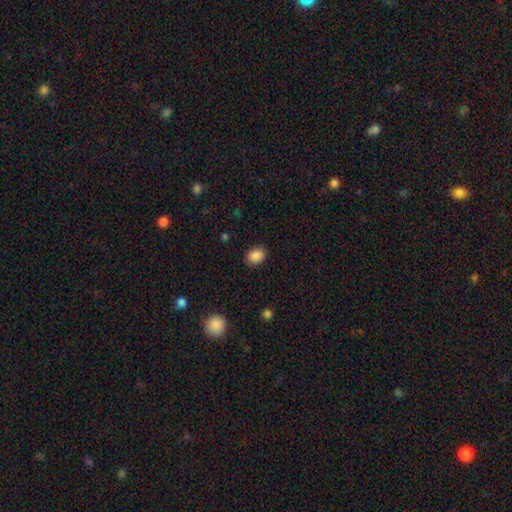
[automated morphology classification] Overall: smooth (88%). How rounded: in between (65%; round 34%). Merging: none (86%).